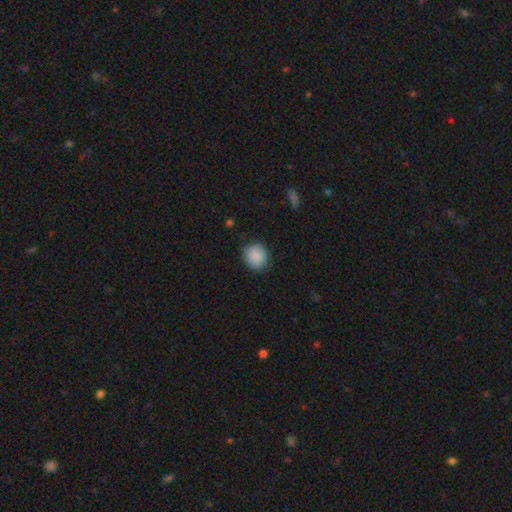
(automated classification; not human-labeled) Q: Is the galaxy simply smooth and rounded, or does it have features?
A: smooth — 89%.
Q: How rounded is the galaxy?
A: round — 78%.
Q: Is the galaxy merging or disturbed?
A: none — 86%.